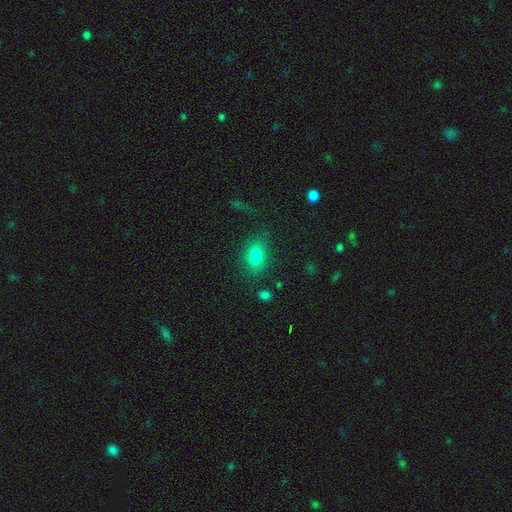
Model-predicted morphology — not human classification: This appears to be a smooth galaxy with no disk features (79%) that is in between round and cigar-shaped (72%). Merging: none (78%).